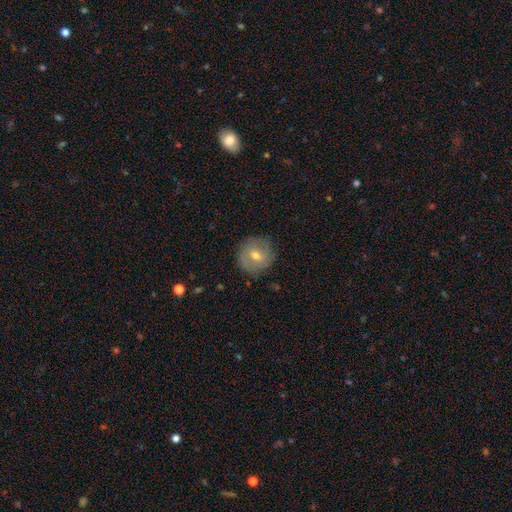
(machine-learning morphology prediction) A smooth galaxy with no disk features (48%). Merging: none (85%).